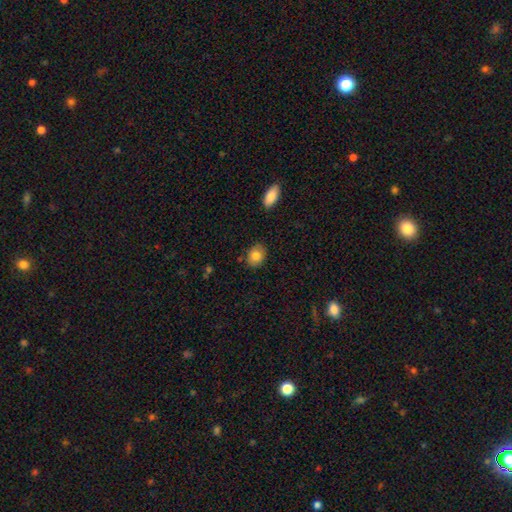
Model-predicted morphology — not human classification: The model was most divided on "how rounded": in between: 50%, round: 49%, cigar-shaped: 1%. More confident: merging — none (85%); smooth or featured — smooth (81%).